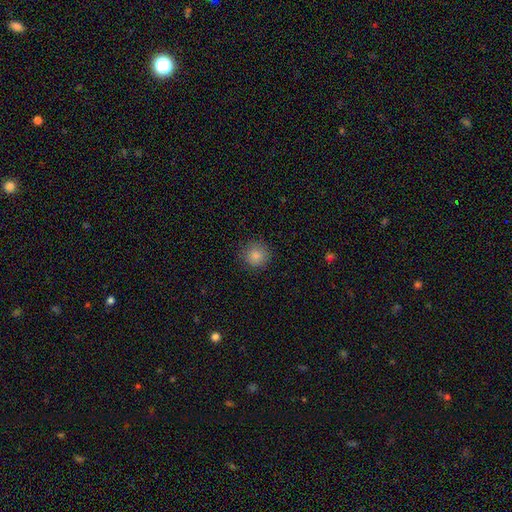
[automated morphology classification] Smooth or featured: smooth — 84% (star or artifact — 11%)
How rounded: round — 94% (in between — 5%)
Merging: none — 89% (minor disturbance — 8%)